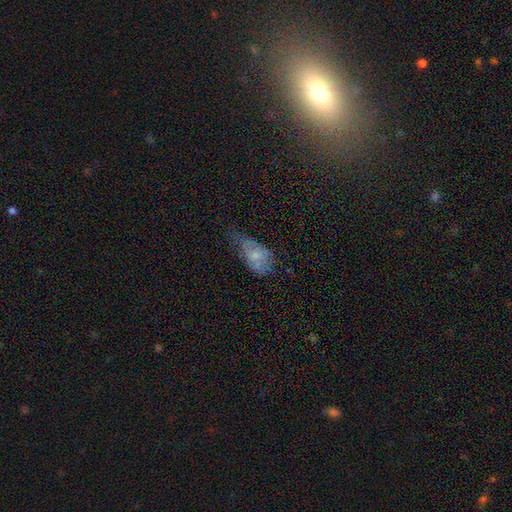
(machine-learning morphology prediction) This is possibly a smooth galaxy (56%). How rounded: clearly in between (88%). Merging: marginally minor disturbance (39%).